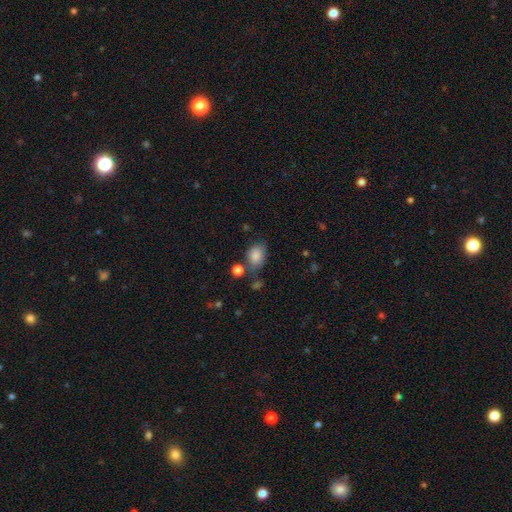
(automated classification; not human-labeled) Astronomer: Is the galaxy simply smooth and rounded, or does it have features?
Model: smooth — 84%.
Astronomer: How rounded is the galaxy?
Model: in between — 71%.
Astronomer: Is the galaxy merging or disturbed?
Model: none — 58%.